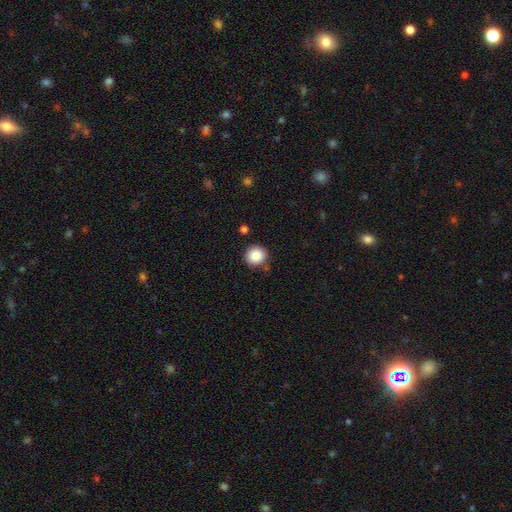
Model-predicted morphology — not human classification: Q: Smooth or featured?
A: smooth (88%); runner-up: star or artifact (9%)
Q: How rounded?
A: round (94%); runner-up: in between (6%)
Q: Merging?
A: none (84%); runner-up: minor disturbance (10%)